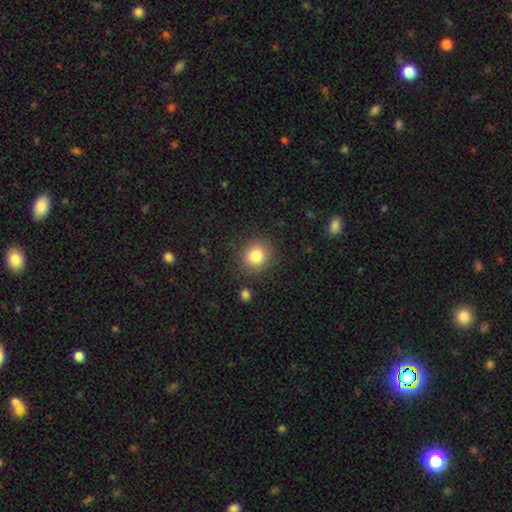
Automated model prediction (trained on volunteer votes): A smooth galaxy with no disk features (83%) that is round (87%). Merging: none (86%).